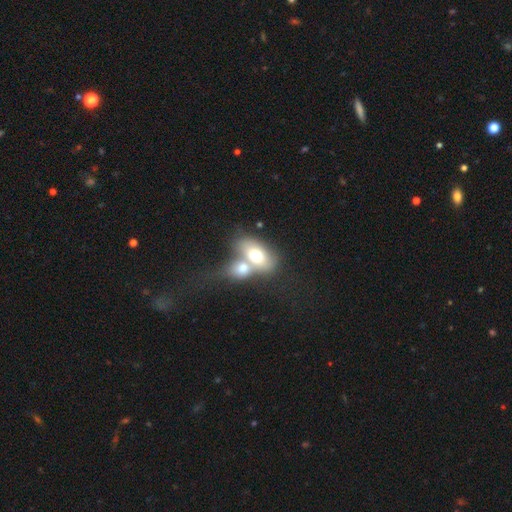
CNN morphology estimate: Smooth or featured? Predicted: smooth (p=0.66). How rounded? Predicted: in between (p=0.82). Merging? Predicted: merger (p=0.65).